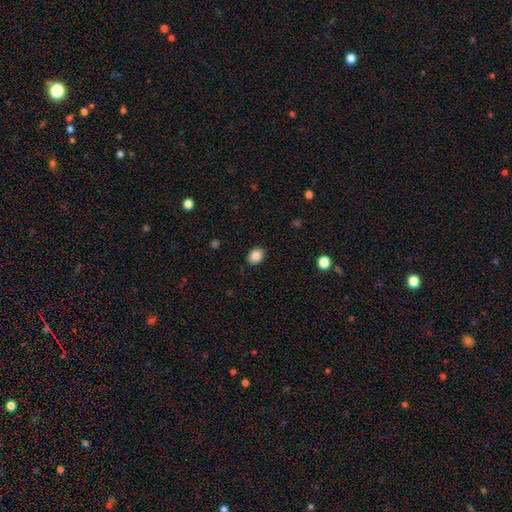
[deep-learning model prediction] Overall: smooth (87%). How rounded: in between (61%; round 38%). Merging: none (89%).